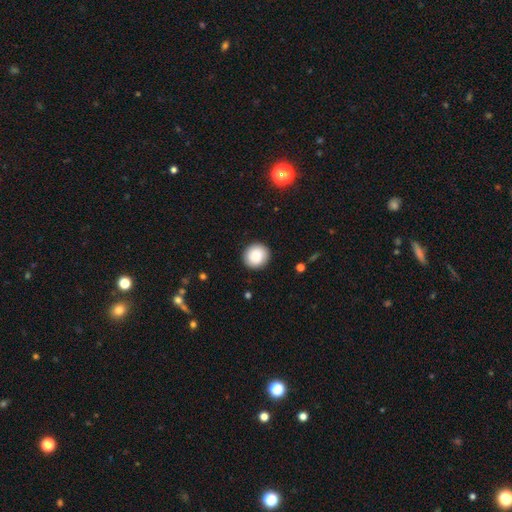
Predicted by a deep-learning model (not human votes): Smooth or featured? smooth (88%)
How rounded? round (92%)
Merging? none (91%)